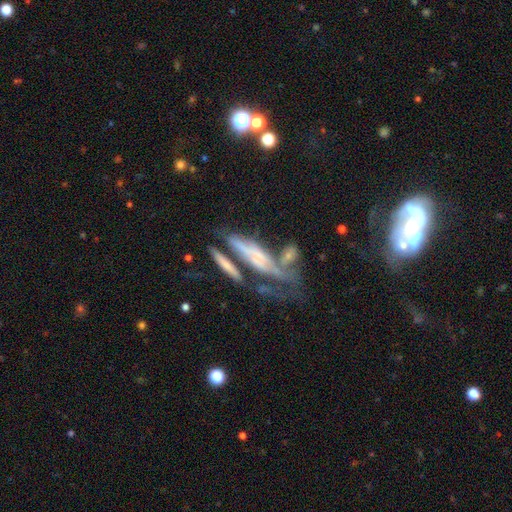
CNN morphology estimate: smooth_or_featured: featured or disk (p=0.57) [alt: smooth p=0.30]
disk_edge_on: no (p=0.52) [alt: yes p=0.48]
merging: merger (p=0.41) [alt: none p=0.28]